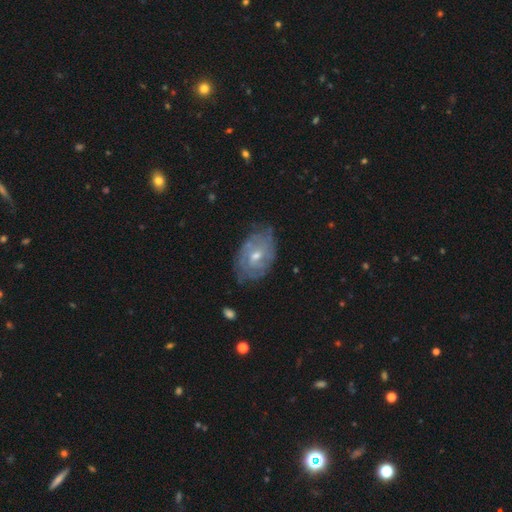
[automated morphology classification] featured or disk 74%, smooth 18%, star or artifact 8%. Down the decision tree: edge-on disk — no (95%); bar — no (52%); spiral arms — yes (82%); spiral arm count — can't tell (55%); spiral winding — tight (67%); bulge size — moderate (56%); merging — none (70%).